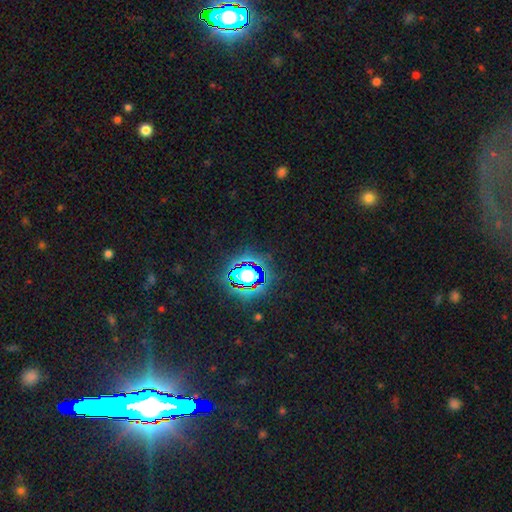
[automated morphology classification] star or artifact 73%, featured or disk 15%, smooth 12%.